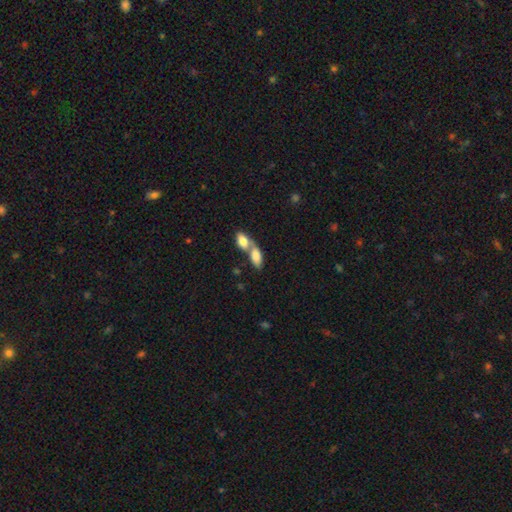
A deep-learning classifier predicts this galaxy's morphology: The model was most divided on "merging": merger: 70%, none: 20%, minor disturbance: 6%, major disturbance: 4%. More confident: how rounded — in between (88%); smooth or featured — smooth (80%).